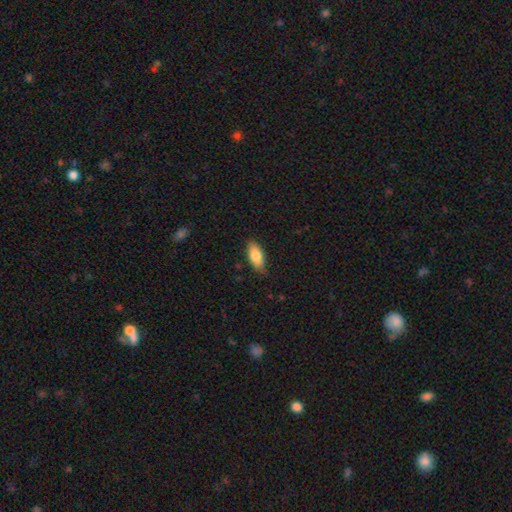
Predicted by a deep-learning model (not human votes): Smooth or featured? smooth (82%)
How rounded? in between (86%)
Merging? none (81%)